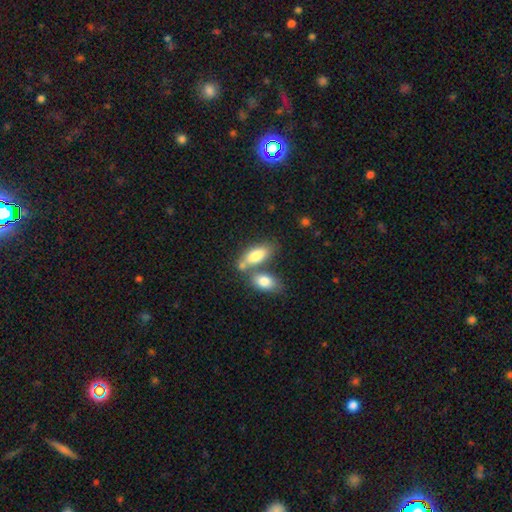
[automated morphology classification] Smooth or featured: smooth — 80% (featured or disk — 14%)
How rounded: in between — 86% (cigar-shaped — 11%)
Merging: merger — 45% (none — 39%)